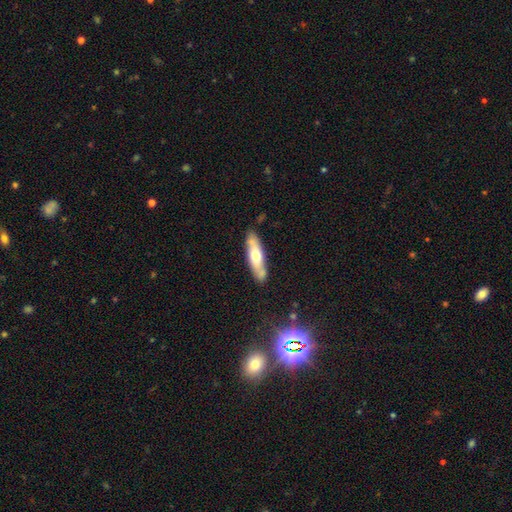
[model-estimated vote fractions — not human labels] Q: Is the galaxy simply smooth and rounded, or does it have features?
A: smooth — 51%.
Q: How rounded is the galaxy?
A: cigar-shaped — 66%.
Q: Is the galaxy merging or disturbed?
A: none — 77%.